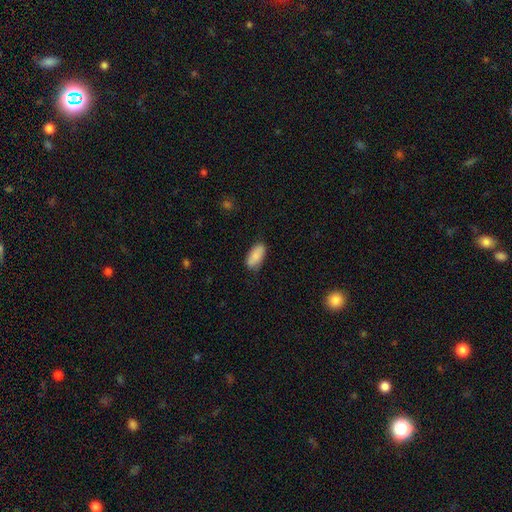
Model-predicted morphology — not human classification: Smooth or featured: smooth — 86% (featured or disk — 8%)
How rounded: in between — 90% (cigar-shaped — 8%)
Merging: none — 77% (minor disturbance — 19%)